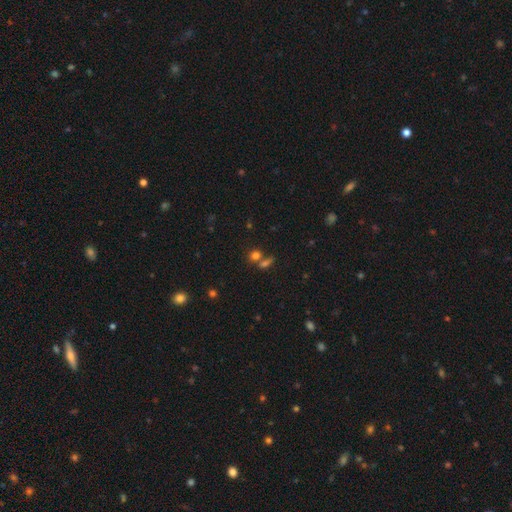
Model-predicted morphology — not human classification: This is likely a smooth galaxy (75%). How rounded: possibly round (56%). Merging: possibly none (53%).